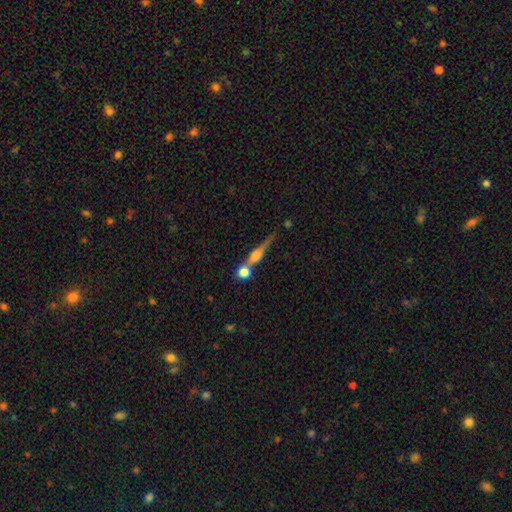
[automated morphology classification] A featured or disk galaxy (50%).

Vote fractions:
- Smooth or featured? featured or disk: 50% / smooth: 39% / star or artifact: 12%
- Merging? none: 46% / merger: 35% / minor disturbance: 11% / major disturbance: 8%